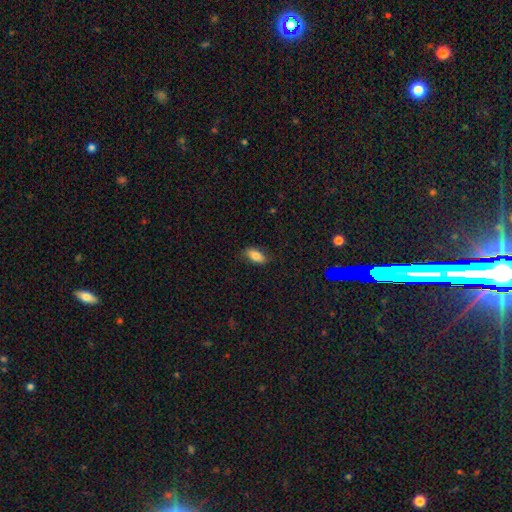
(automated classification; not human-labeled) Smooth or featured?
  - smooth: 80% *
  - featured or disk: 12%
  - star or artifact: 8%
How rounded?
  - in between: 88% *
  - cigar-shaped: 9%
  - round: 3%
Merging?
  - none: 79% *
  - minor disturbance: 16%
  - major disturbance: 4%
  - merger: 1%